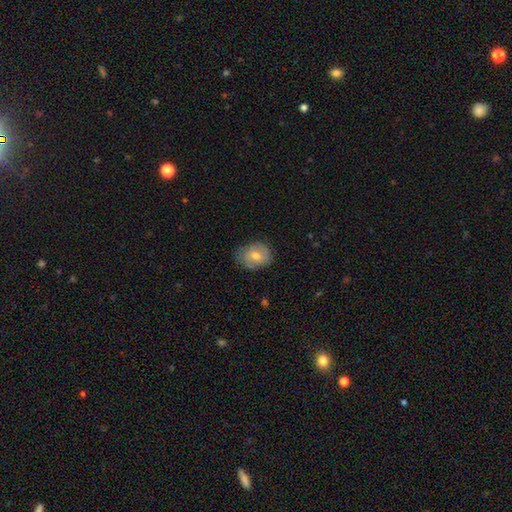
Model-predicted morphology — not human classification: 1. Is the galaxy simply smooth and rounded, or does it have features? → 60% smooth, 31% featured or disk, 9% star or artifact.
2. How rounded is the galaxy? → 51% round, 48% in between, 1% cigar-shaped.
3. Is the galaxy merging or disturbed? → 71% none, 23% minor disturbance, 5% major disturbance, 1% merger.